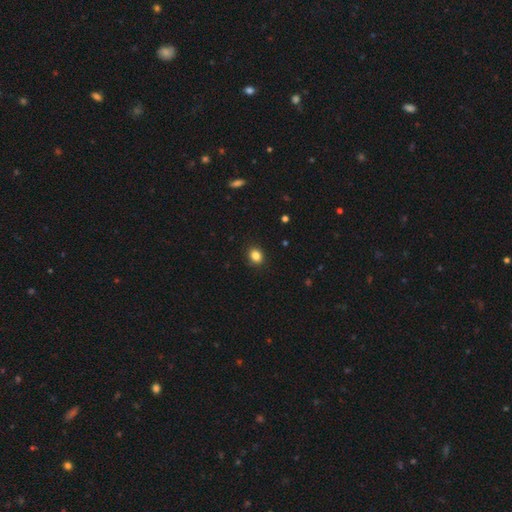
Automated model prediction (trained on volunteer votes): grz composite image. It shows a smooth galaxy with no disk features (86%) that is round (58%). Merging: none (89%).